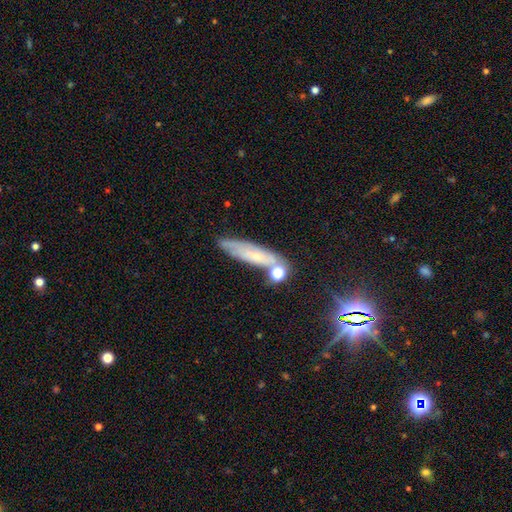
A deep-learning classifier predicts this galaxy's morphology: smooth_or_featured: smooth (p=0.43) [alt: featured or disk p=0.39]
merging: none (p=0.65) [alt: minor disturbance p=0.18]